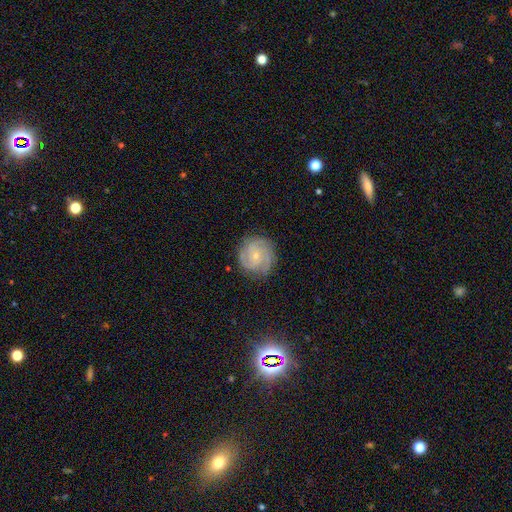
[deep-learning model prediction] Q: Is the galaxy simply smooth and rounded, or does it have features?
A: featured or disk — 82%.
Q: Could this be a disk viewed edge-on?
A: no — 98%.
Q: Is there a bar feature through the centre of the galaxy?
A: no — 73%.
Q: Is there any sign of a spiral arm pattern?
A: yes — 97%.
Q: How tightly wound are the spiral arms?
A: tight — 64%.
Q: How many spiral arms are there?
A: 3 — 47%.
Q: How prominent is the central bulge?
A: small — 74%.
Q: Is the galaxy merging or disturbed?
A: none — 83%.